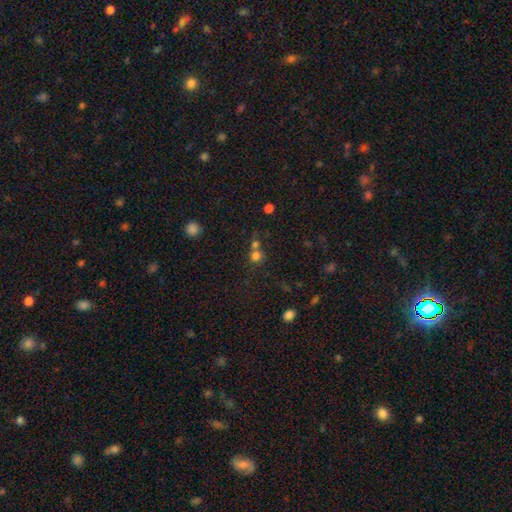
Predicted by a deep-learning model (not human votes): The model was most divided on "merging": none: 47%, merger: 42%, minor disturbance: 7%, major disturbance: 4%. More confident: how rounded — round (86%); smooth or featured — smooth (73%).